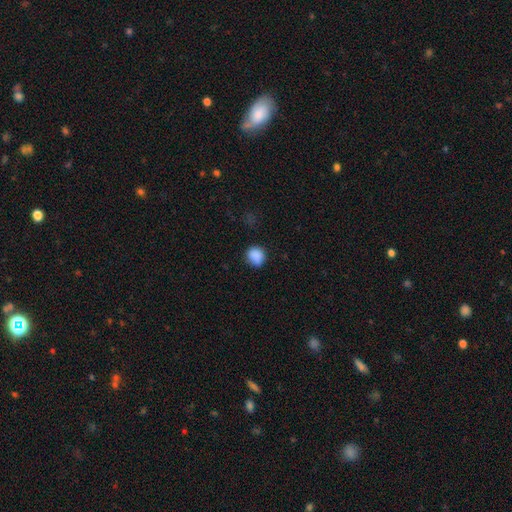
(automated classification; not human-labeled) A smooth galaxy with no disk features (88%) that is round (79%). Merging: none (80%).